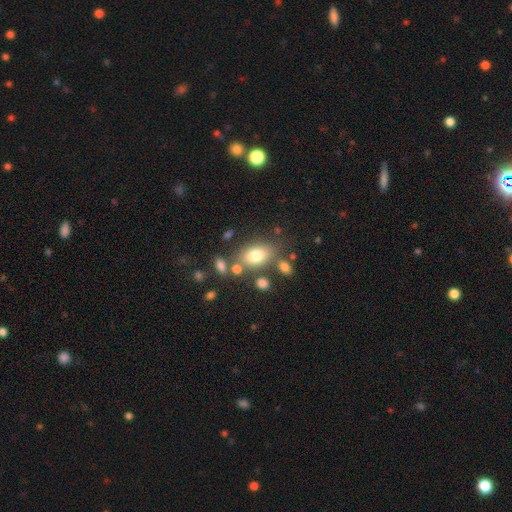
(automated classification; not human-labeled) Smooth or featured: smooth — 76% (featured or disk — 14%)
How rounded: in between — 82% (round — 16%)
Merging: none — 66% (minor disturbance — 15%)